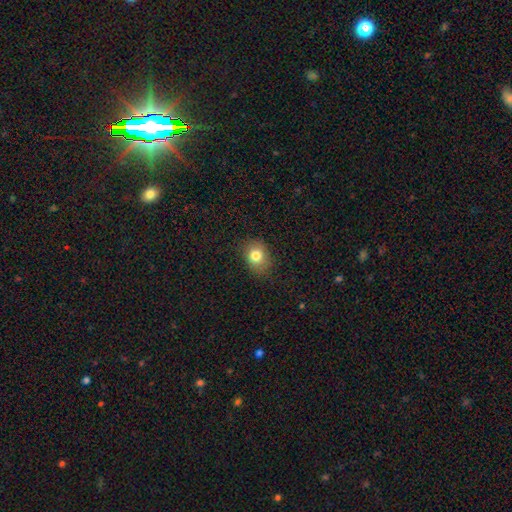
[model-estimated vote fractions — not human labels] Q: Smooth or featured?
A: smooth (80%); runner-up: star or artifact (11%)
Q: How rounded?
A: round (54%); runner-up: in between (45%)
Q: Merging?
A: none (80%); runner-up: minor disturbance (15%)